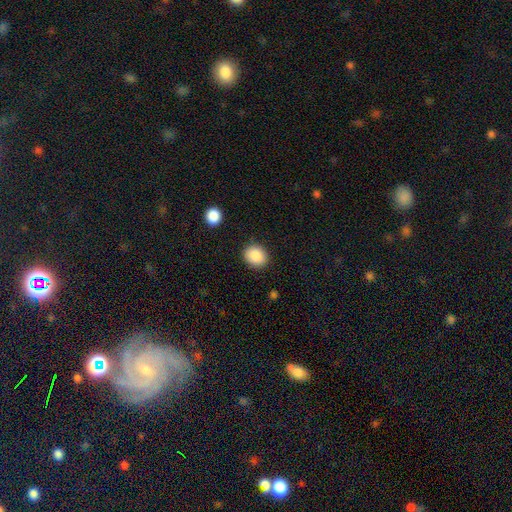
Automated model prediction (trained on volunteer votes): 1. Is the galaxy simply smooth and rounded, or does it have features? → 87% smooth, 8% star or artifact, 4% featured or disk.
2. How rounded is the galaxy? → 66% round, 33% in between, 1% cigar-shaped.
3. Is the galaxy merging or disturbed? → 88% none, 8% minor disturbance, 2% major disturbance, 1% merger.